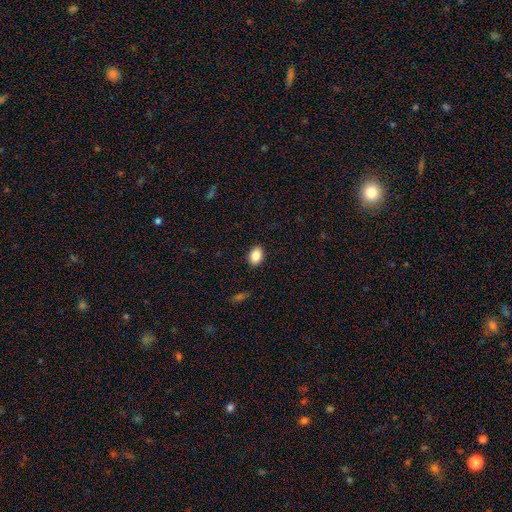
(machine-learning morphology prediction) Smooth or featured? smooth (87%)
How rounded? in between (83%)
Merging? none (90%)